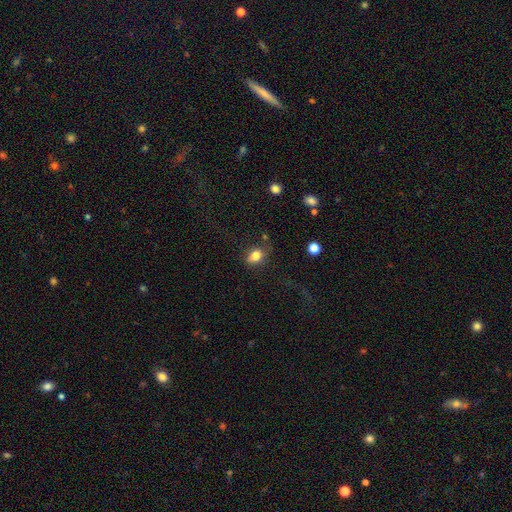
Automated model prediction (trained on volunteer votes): smooth_or_featured: smooth (p=0.80) [alt: star or artifact p=0.10]
how_rounded: in between (p=0.67) [alt: round p=0.31]
merging: none (p=0.64) [alt: minor disturbance p=0.22]